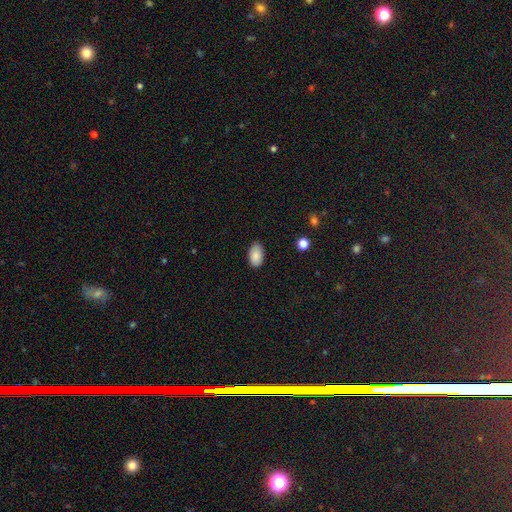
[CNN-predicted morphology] This is clearly a smooth galaxy (87%). How rounded: clearly in between (93%). Merging: clearly none (86%).